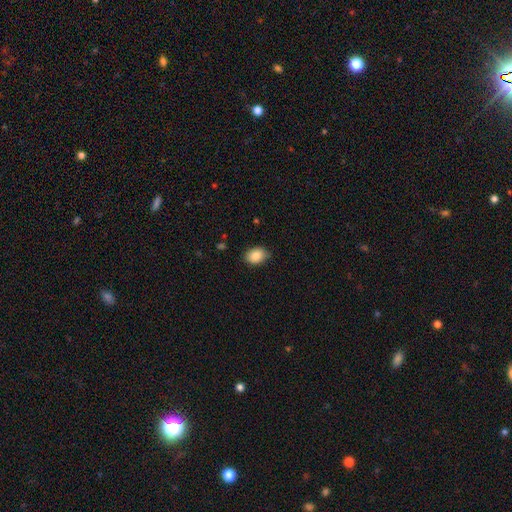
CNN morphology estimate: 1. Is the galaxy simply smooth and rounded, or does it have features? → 87% smooth, 8% star or artifact, 5% featured or disk.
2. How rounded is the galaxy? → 72% in between, 27% round, 1% cigar-shaped.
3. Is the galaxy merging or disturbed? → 82% none, 15% minor disturbance, 2% major disturbance, 1% merger.